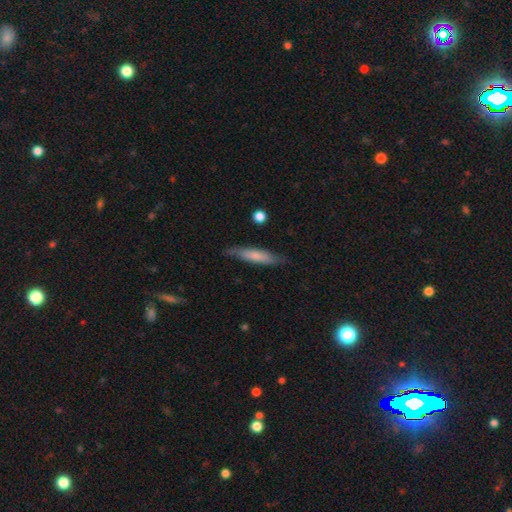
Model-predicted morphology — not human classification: This appears to be a smooth galaxy with no disk features (65%) that is cigar-shaped (84%). Merging: none (80%).